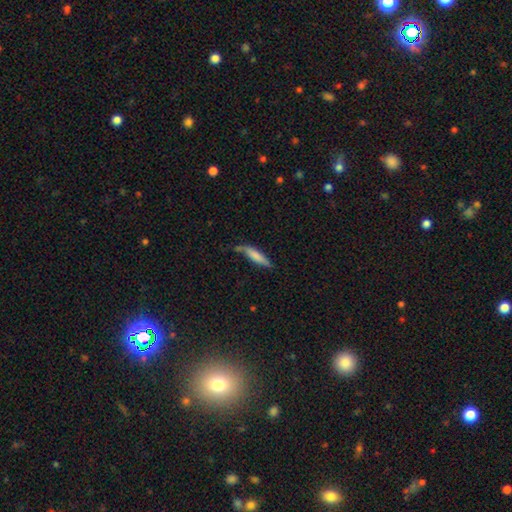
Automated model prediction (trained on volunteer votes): smooth 72%, featured or disk 22%, star or artifact 6%. Down the decision tree: how rounded — cigar-shaped (76%); merging — none (57%).